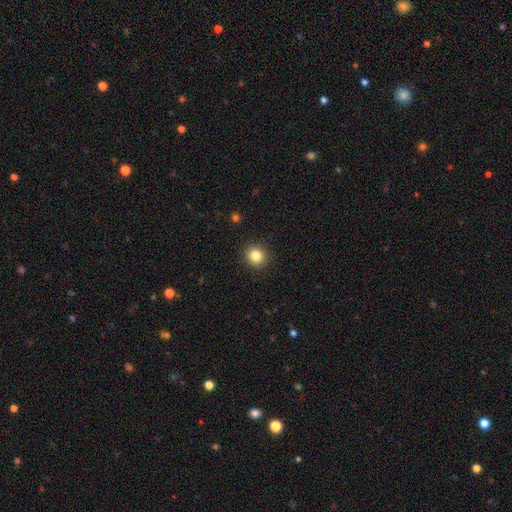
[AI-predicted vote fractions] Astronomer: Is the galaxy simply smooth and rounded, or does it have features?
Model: smooth — 84%.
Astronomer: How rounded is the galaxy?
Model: round — 90%.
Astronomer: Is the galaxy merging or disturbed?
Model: none — 92%.